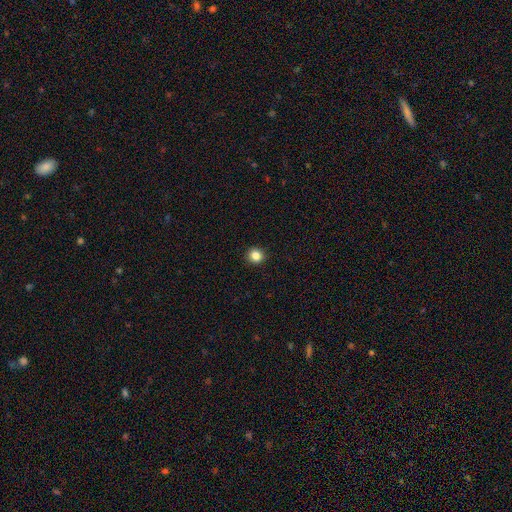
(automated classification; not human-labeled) The model was most divided on "smooth or featured": smooth: 85%, star or artifact: 11%, featured or disk: 4%. More confident: merging — none (92%); how rounded — round (89%).